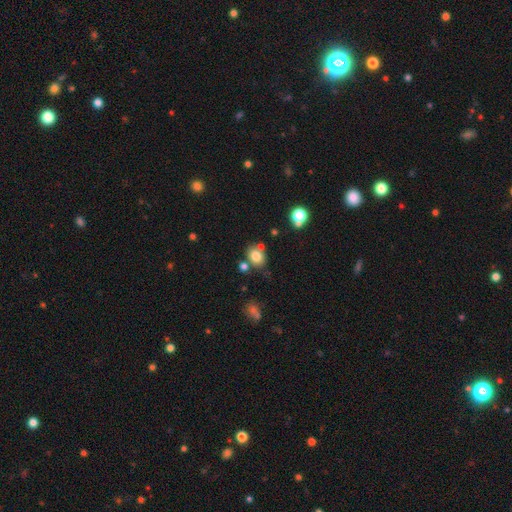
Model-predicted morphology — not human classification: Q: Smooth or featured?
A: smooth (79%); runner-up: star or artifact (12%)
Q: How rounded?
A: round (50%); runner-up: in between (49%)
Q: Merging?
A: none (66%); runner-up: merger (15%)